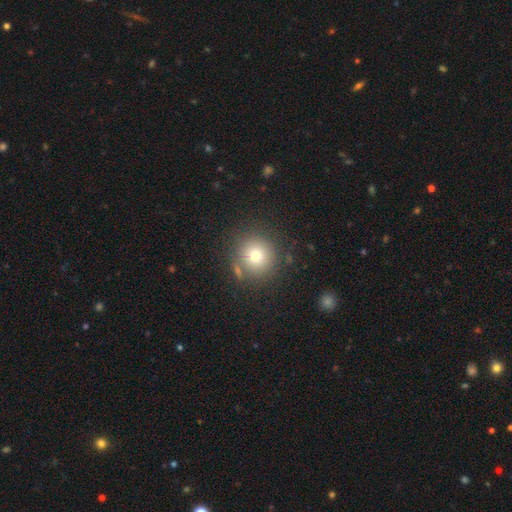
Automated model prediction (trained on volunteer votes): smooth-or-featured: smooth: 74% | star or artifact: 14% | featured or disk: 12%
  how-rounded: round: 93% | in between: 6% | cigar-shaped: 1%
  merging: none: 80% | minor disturbance: 9% | merger: 7% | major disturbance: 4%